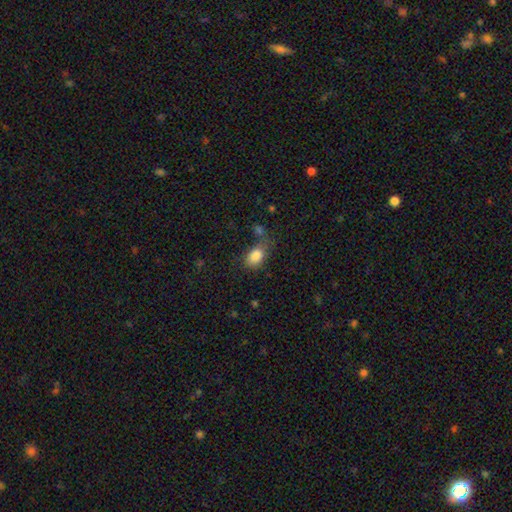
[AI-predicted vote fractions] smooth 85%, star or artifact 9%, featured or disk 6%. Down the decision tree: how rounded — in between (83%); merging — none (51%).